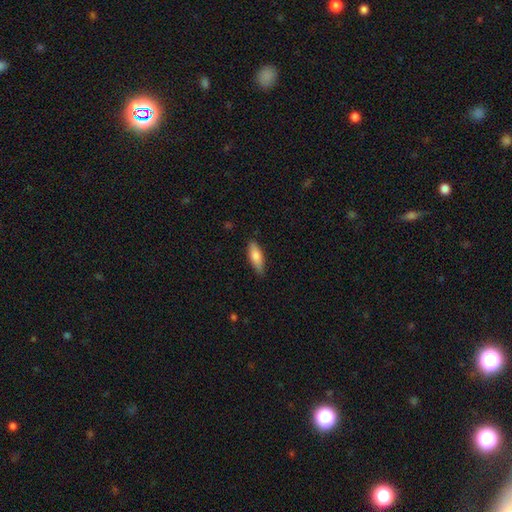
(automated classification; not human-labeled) Smooth or featured: smooth — 76% (featured or disk — 18%)
How rounded: in between — 56% (cigar-shaped — 42%)
Merging: none — 83% (minor disturbance — 14%)